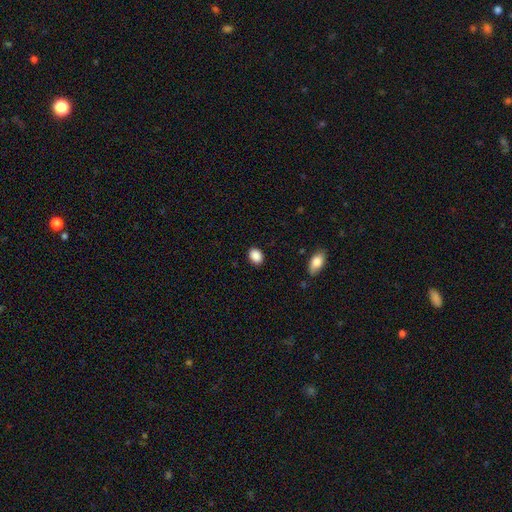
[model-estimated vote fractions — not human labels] smooth-or-featured: smooth: 89% | star or artifact: 8% | featured or disk: 3%
  how-rounded: in between: 61% | round: 37% | cigar-shaped: 1%
  merging: none: 88% | minor disturbance: 8% | major disturbance: 2% | merger: 1%